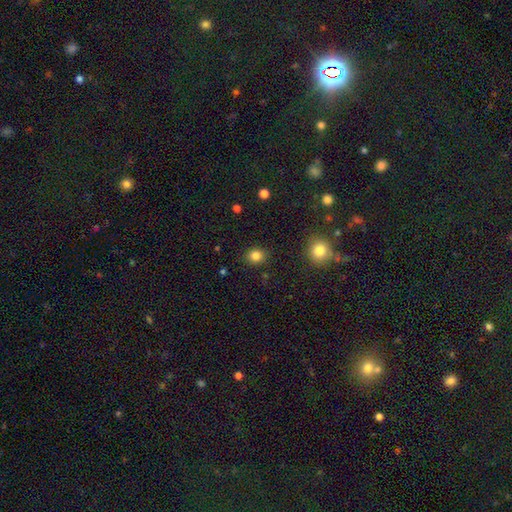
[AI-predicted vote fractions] smooth-or-featured: smooth: 83% | star or artifact: 12% | featured or disk: 4%
  how-rounded: round: 76% | in between: 23% | cigar-shaped: 1%
  merging: none: 89% | minor disturbance: 7% | major disturbance: 2% | merger: 1%